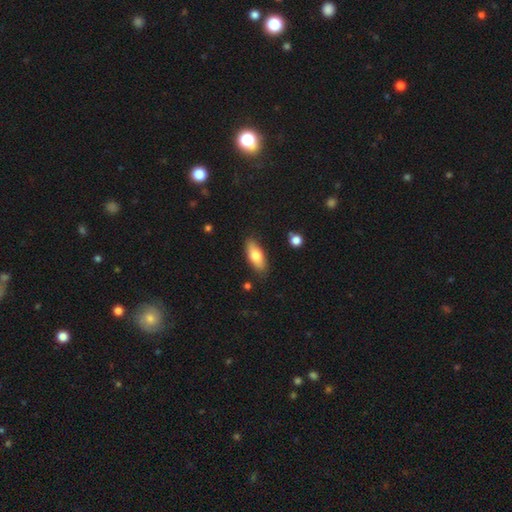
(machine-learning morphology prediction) smooth 74%, featured or disk 19%, star or artifact 6%. Down the decision tree: how rounded — in between (77%); merging — none (84%).